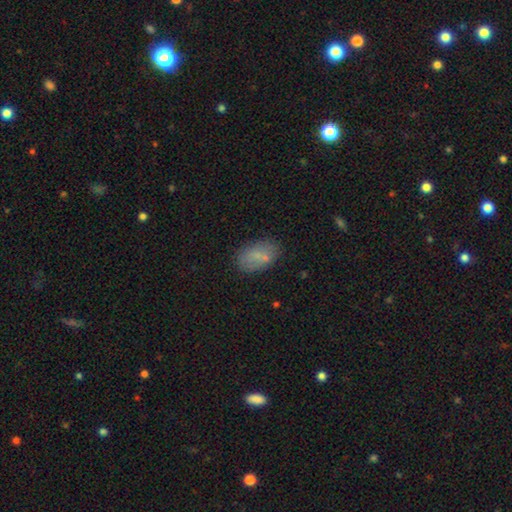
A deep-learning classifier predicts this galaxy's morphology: This is likely a smooth galaxy (70%). How rounded: clearly in between (90%). Merging: likely none (72%).